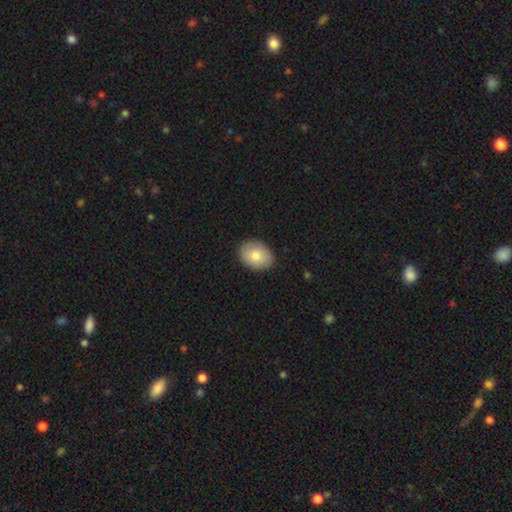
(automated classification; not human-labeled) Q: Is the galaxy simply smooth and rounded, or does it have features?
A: smooth — 80%.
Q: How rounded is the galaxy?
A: in between — 71%.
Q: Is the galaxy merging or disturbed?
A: none — 87%.